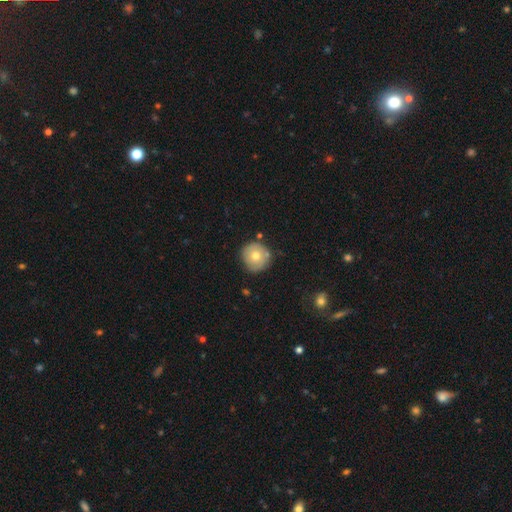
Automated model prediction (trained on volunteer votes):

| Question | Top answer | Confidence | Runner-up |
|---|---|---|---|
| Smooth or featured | smooth | 65% | featured or disk (27%) |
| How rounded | round | 93% | in between (6%) |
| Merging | none | 79% | minor disturbance (14%) |